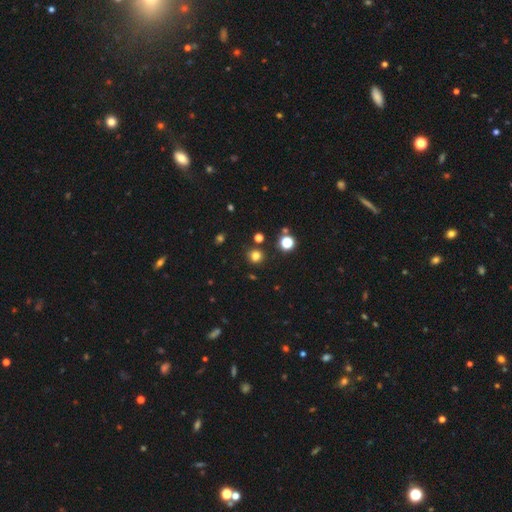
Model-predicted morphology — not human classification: Overall: smooth (76%). How rounded: round (88%). Merging: none (85%).